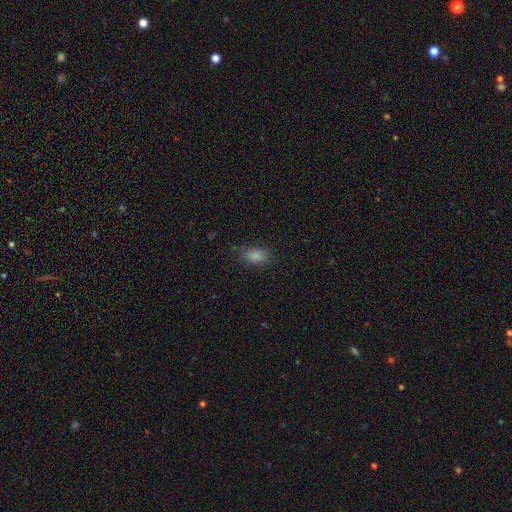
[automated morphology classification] The model was most divided on "merging": none: 80%, minor disturbance: 14%, major disturbance: 4%, merger: 1%. More confident: how rounded — in between (85%); smooth or featured — smooth (84%).